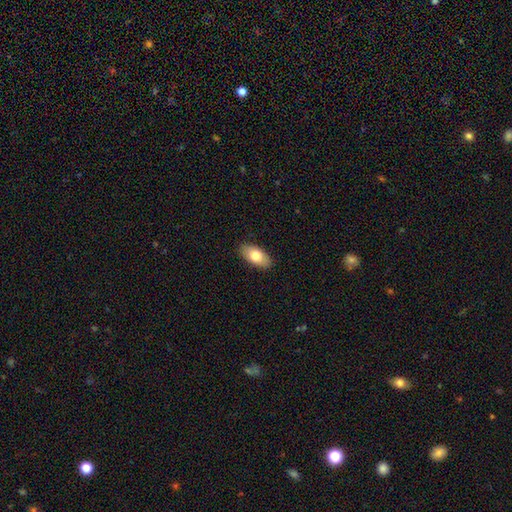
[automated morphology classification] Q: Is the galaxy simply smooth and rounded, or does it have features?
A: smooth — 77%.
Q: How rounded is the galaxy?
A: in between — 92%.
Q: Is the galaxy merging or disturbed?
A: none — 89%.